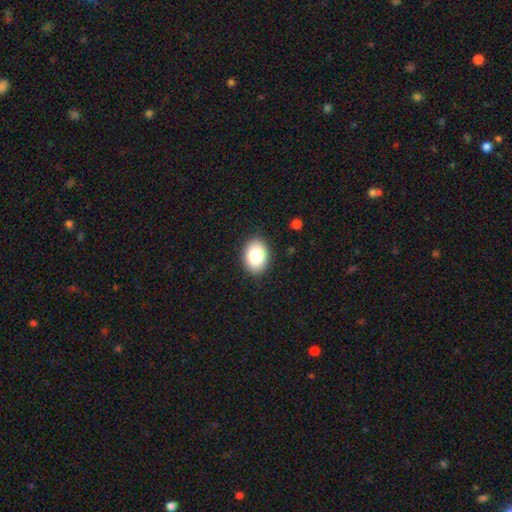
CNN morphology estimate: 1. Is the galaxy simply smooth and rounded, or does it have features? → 84% smooth, 8% star or artifact, 8% featured or disk.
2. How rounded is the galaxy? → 72% in between, 27% round, 1% cigar-shaped.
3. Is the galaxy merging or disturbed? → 89% none, 8% minor disturbance, 2% major disturbance, 1% merger.